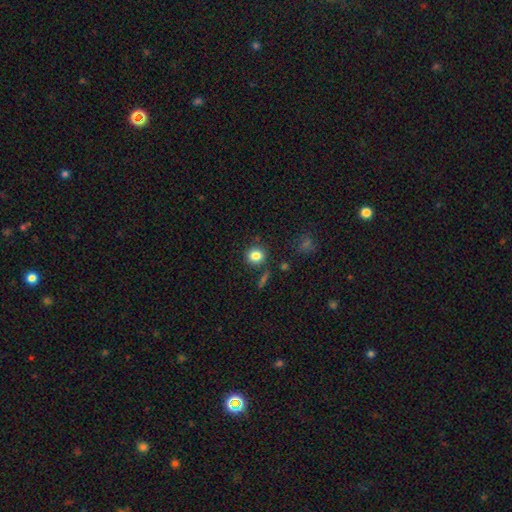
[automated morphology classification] Overall: smooth (83%). How rounded: round (80%). Merging: none (81%).